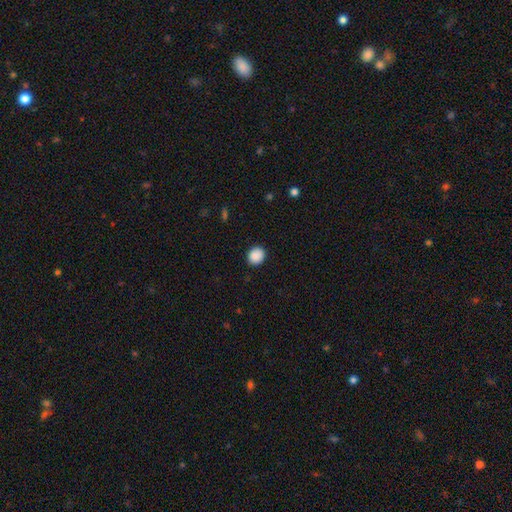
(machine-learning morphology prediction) type=smooth (89%); roundness=round (72%); merging=none (88%).